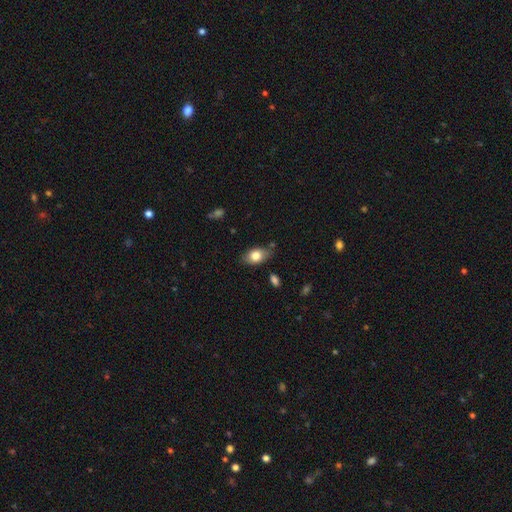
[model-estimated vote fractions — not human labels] A smooth galaxy with no disk features (79%) that is in between round and cigar-shaped (88%). Merging: none (76%).